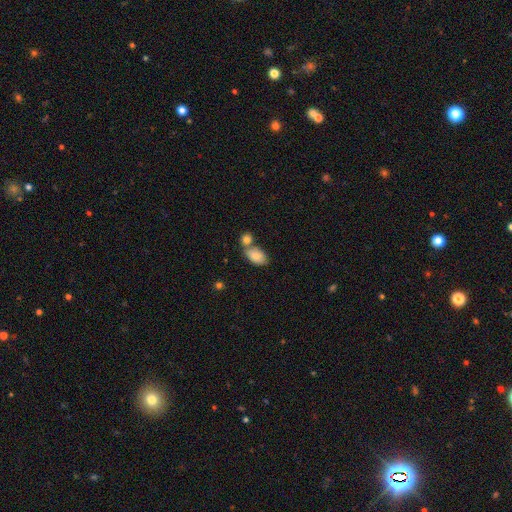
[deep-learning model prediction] The model was most divided on "merging": merger: 43%, none: 40%, minor disturbance: 13%, major disturbance: 4%. More confident: how rounded — in between (89%); smooth or featured — smooth (80%).